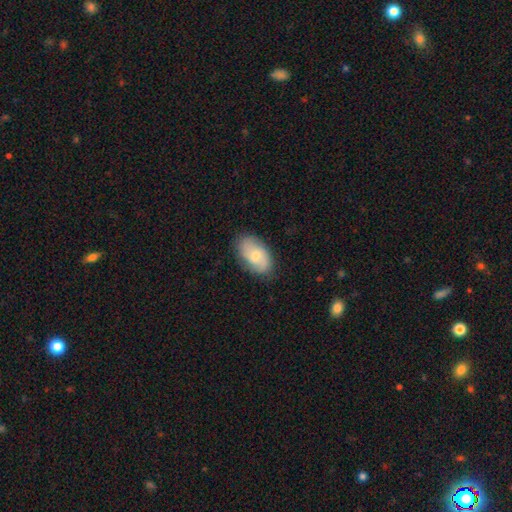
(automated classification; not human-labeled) Smooth or featured? smooth (57%)
How rounded? in between (92%)
Merging? none (81%)